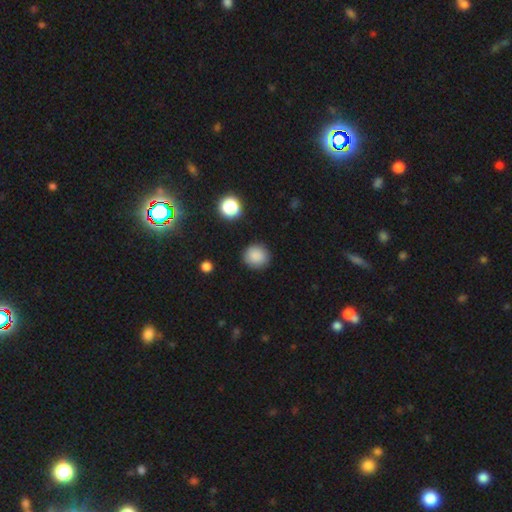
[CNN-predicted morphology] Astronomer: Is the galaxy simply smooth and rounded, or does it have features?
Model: smooth — 87%.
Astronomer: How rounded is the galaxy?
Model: round — 89%.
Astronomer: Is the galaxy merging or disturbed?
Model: none — 89%.